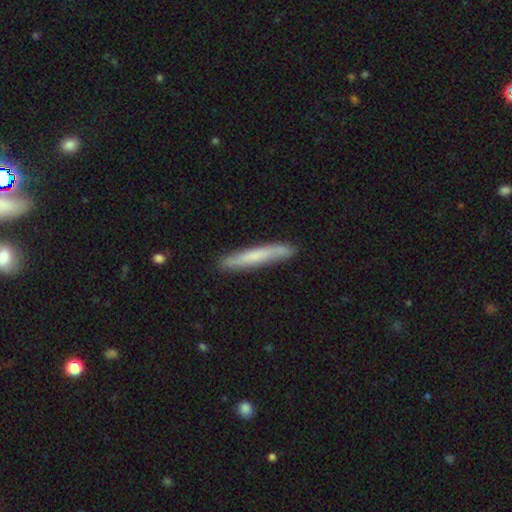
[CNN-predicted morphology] A smooth galaxy with no disk features (66%) that is cigar-shaped (95%). Merging: none (86%).